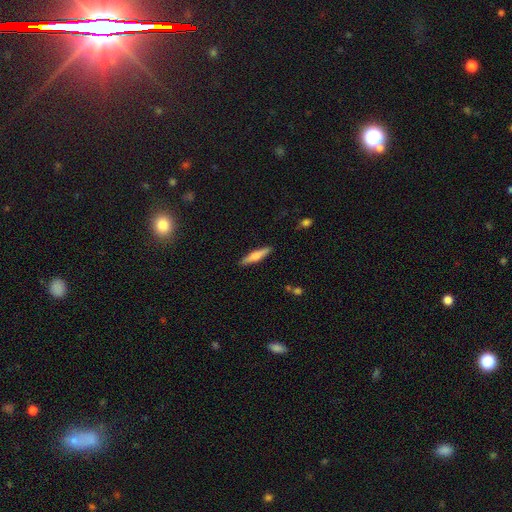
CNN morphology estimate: Smooth or featured? smooth (60%)
How rounded? cigar-shaped (83%)
Merging? none (89%)